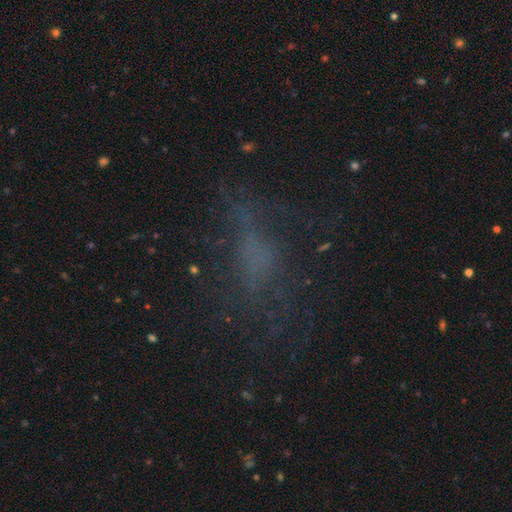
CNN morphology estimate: smooth 36%, star or artifact 32%, featured or disk 32%. Down the decision tree: merging — none (55%).